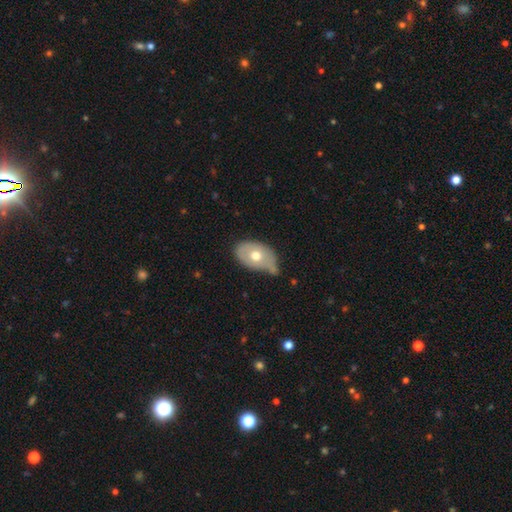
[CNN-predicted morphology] smooth-or-featured: smooth: 62% | featured or disk: 31% | star or artifact: 7%
  how-rounded: in between: 85% | round: 14% | cigar-shaped: 1%
  merging: none: 40% | minor disturbance: 37% | major disturbance: 12% | merger: 11%